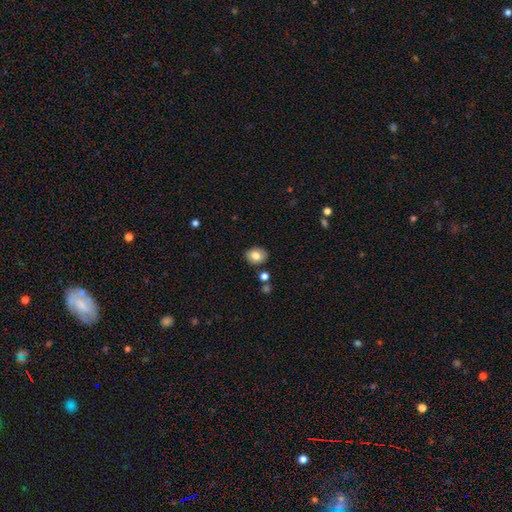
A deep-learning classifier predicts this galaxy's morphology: smooth-or-featured: smooth: 78% | featured or disk: 13% | star or artifact: 9%
  how-rounded: round: 50% | in between: 49% | cigar-shaped: 1%
  merging: none: 85% | minor disturbance: 10% | merger: 3% | major disturbance: 2%